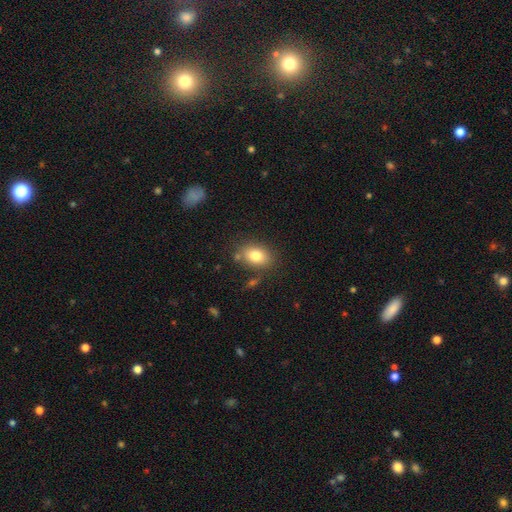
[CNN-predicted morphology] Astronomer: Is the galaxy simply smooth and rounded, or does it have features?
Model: smooth — 80%.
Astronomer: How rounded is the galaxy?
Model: in between — 77%.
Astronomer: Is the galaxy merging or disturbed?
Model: none — 76%.